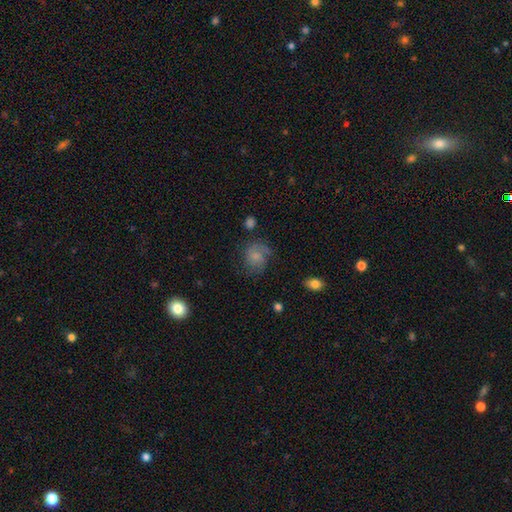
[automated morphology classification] The model was most divided on "smooth or featured": smooth: 48%, featured or disk: 41%, star or artifact: 11%. More confident: merging — none (57%).